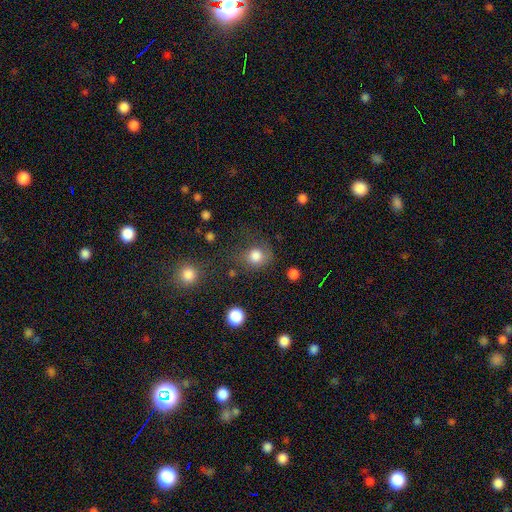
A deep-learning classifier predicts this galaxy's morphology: This appears to be a smooth galaxy with no disk features (81%) that is round (81%). Merging: none (59%).